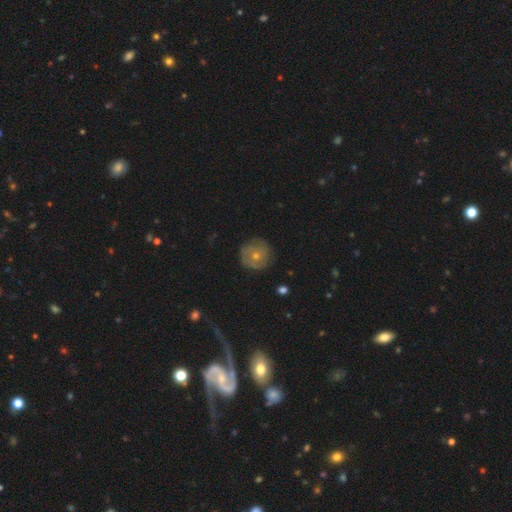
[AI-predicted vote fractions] This is possibly a smooth galaxy (50%). Merging: likely none (79%).